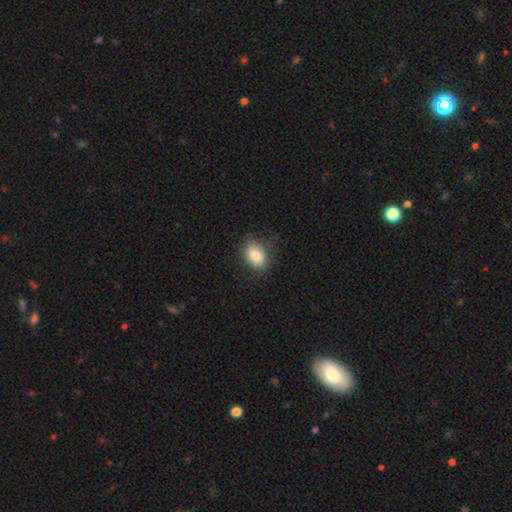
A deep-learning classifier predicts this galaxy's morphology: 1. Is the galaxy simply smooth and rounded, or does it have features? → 84% smooth, 9% star or artifact, 8% featured or disk.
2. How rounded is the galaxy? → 76% in between, 23% round, 1% cigar-shaped.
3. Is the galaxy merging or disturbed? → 80% none, 15% minor disturbance, 4% major disturbance, 1% merger.